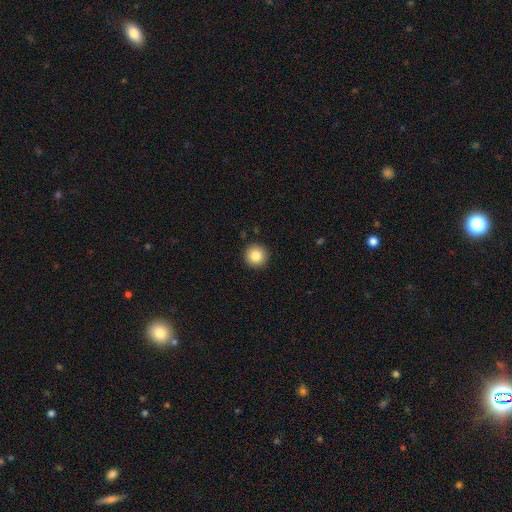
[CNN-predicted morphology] Smooth or featured: smooth — 85% (star or artifact — 9%)
How rounded: round — 96% (in between — 3%)
Merging: none — 92% (minor disturbance — 5%)